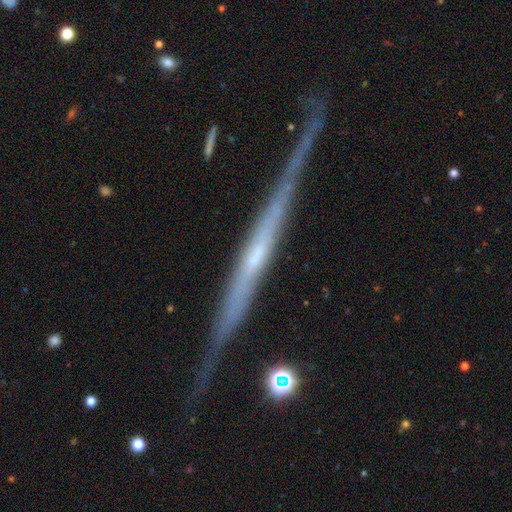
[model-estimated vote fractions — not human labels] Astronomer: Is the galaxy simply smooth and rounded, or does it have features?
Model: featured or disk — 82%.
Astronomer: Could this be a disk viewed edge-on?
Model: yes — 95%.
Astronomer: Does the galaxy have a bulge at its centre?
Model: none — 61%.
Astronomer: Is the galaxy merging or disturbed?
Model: none — 77%.